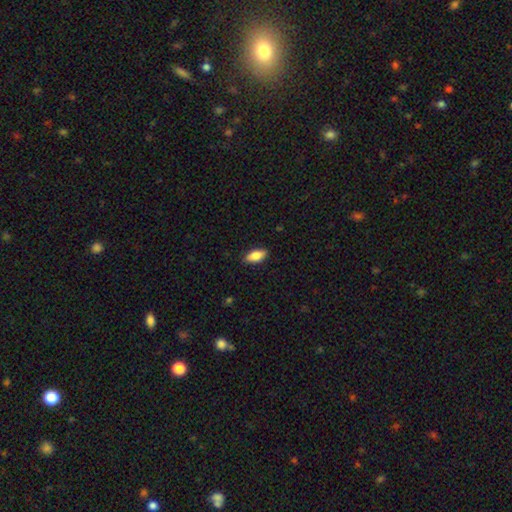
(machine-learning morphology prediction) Smooth or featured: smooth — 77% (featured or disk — 17%)
How rounded: in between — 85% (cigar-shaped — 12%)
Merging: none — 87% (minor disturbance — 10%)